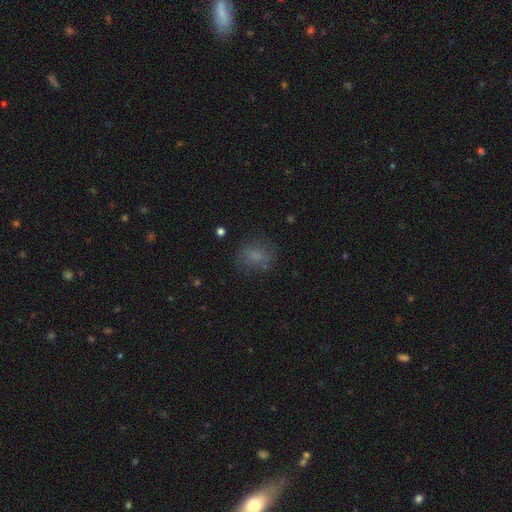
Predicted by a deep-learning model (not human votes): This is likely a smooth galaxy (70%). How rounded: possibly round (55%). Merging: likely none (69%).